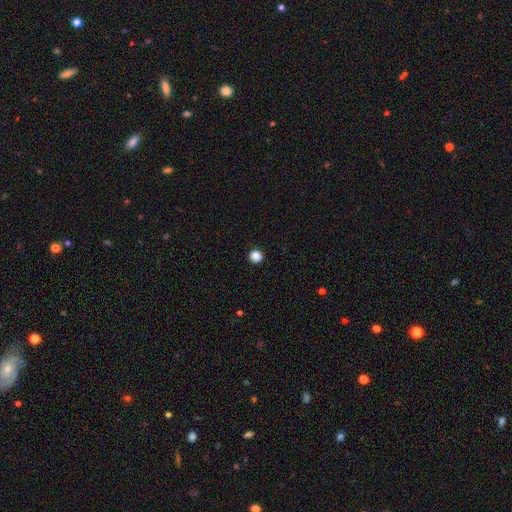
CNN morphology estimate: Smooth or featured?
  - smooth: 87% *
  - star or artifact: 11%
  - featured or disk: 3%
How rounded?
  - round: 92% *
  - in between: 7%
  - cigar-shaped: 1%
Merging?
  - none: 93% *
  - minor disturbance: 4%
  - major disturbance: 2%
  - merger: 1%